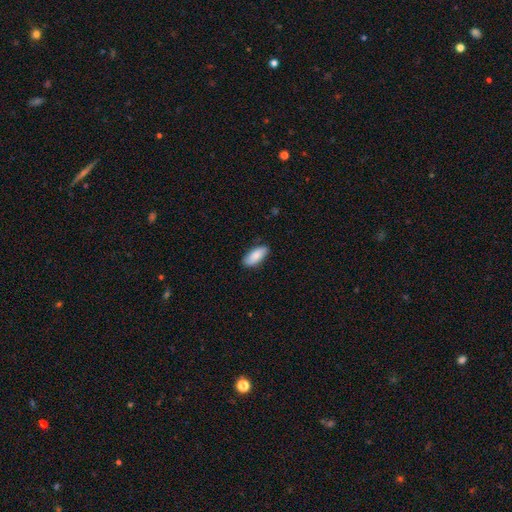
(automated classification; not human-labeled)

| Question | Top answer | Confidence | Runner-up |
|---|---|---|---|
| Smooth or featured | smooth | 82% | featured or disk (12%) |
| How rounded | in between | 86% | cigar-shaped (12%) |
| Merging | none | 83% | minor disturbance (14%) |